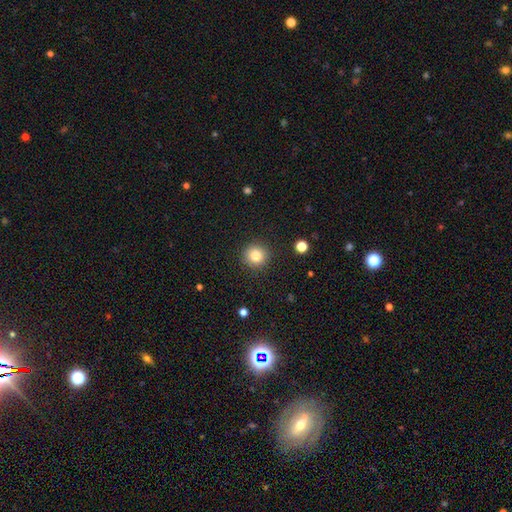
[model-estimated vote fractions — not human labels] Smooth or featured? Predicted: smooth (p=0.82). How rounded? Predicted: round (p=0.93). Merging? Predicted: none (p=0.90).